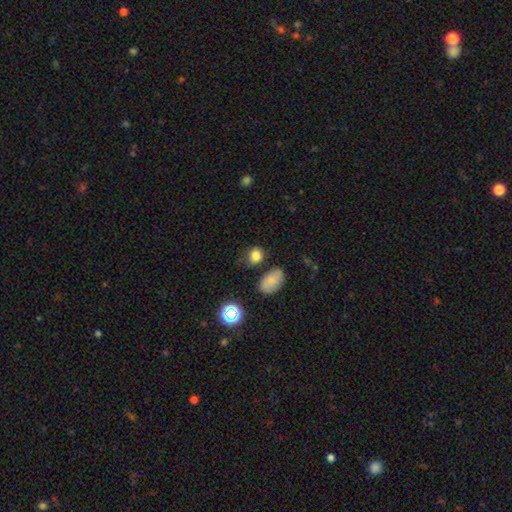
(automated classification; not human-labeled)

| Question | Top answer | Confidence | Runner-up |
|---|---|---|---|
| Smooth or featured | smooth | 80% | star or artifact (14%) |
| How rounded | round | 62% | in between (37%) |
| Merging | none | 71% | minor disturbance (17%) |